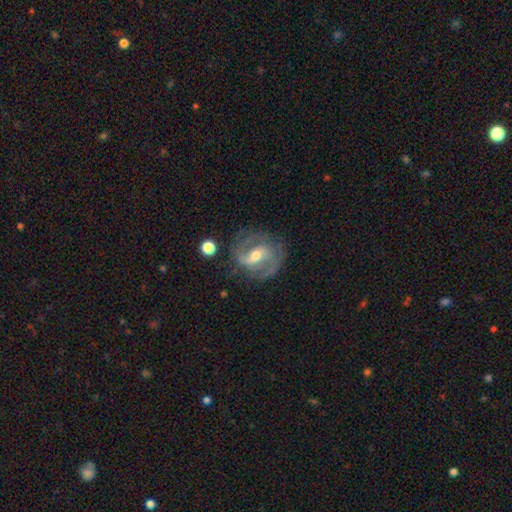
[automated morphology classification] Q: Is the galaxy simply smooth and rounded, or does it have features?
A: featured or disk — 88%.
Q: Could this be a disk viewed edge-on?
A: no — 97%.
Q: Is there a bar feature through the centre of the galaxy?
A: weak — 43%.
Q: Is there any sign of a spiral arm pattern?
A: yes — 96%.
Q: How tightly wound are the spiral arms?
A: medium — 53%.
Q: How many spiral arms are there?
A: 2 — 83%.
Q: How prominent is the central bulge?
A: moderate — 58%.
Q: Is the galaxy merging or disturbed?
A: none — 76%.